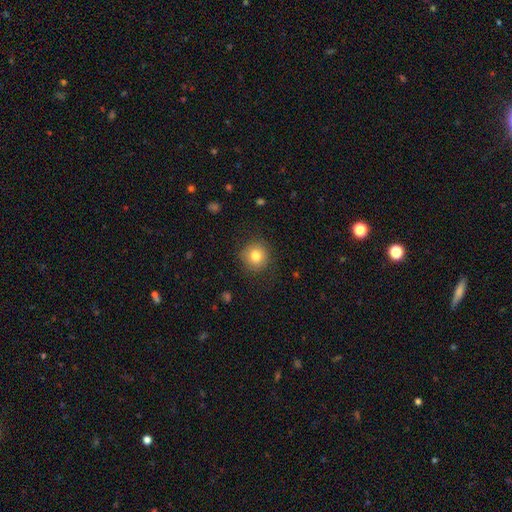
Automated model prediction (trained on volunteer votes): smooth_or_featured: smooth (p=0.81) [alt: star or artifact p=0.10]
how_rounded: round (p=0.92) [alt: in between p=0.07]
merging: none (p=0.86) [alt: minor disturbance p=0.10]